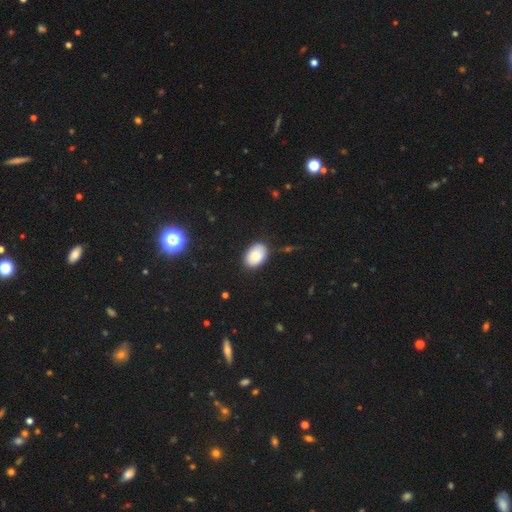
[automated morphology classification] smooth 81%, featured or disk 11%, star or artifact 8%. Down the decision tree: how rounded — in between (86%); merging — none (86%).